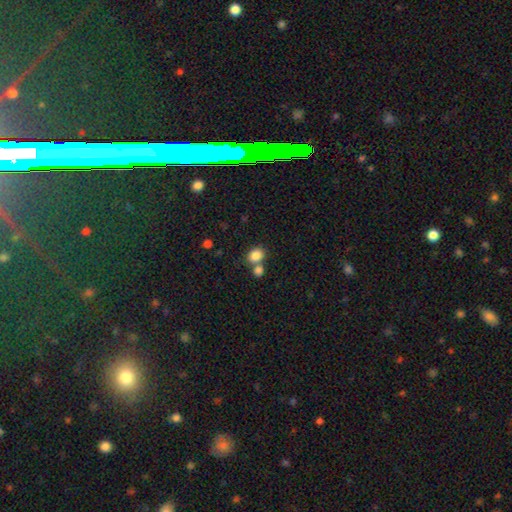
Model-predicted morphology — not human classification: Smooth or featured?
  - smooth: 85% *
  - star or artifact: 10%
  - featured or disk: 6%
How rounded?
  - in between: 50% *
  - round: 49%
  - cigar-shaped: 1%
Merging?
  - none: 51% *
  - merger: 37%
  - minor disturbance: 9%
  - major disturbance: 3%